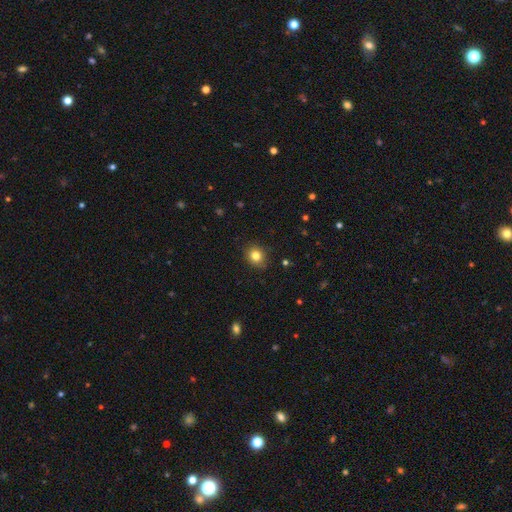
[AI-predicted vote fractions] This is clearly a smooth galaxy (82%). How rounded: likely round (70%). Merging: clearly none (85%).